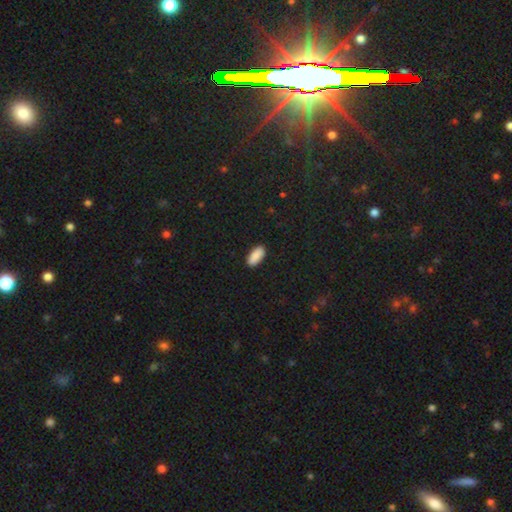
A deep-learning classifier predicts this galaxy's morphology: Q: Smooth or featured?
A: smooth (90%); runner-up: star or artifact (7%)
Q: How rounded?
A: in between (91%); runner-up: cigar-shaped (7%)
Q: Merging?
A: none (90%); runner-up: minor disturbance (8%)